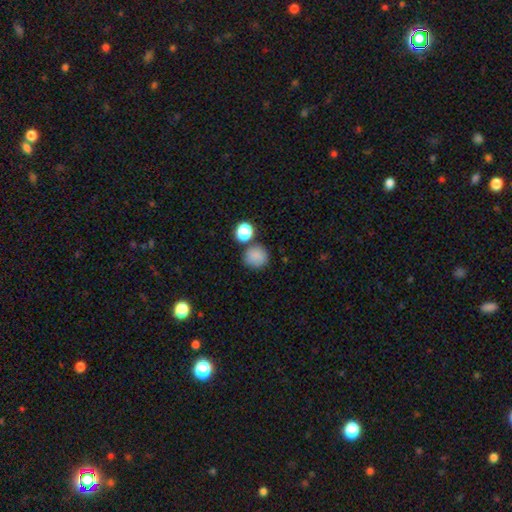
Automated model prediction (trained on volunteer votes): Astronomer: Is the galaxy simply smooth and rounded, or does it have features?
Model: smooth — 83%.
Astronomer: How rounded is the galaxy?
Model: round — 86%.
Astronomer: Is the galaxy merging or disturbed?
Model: none — 70%.